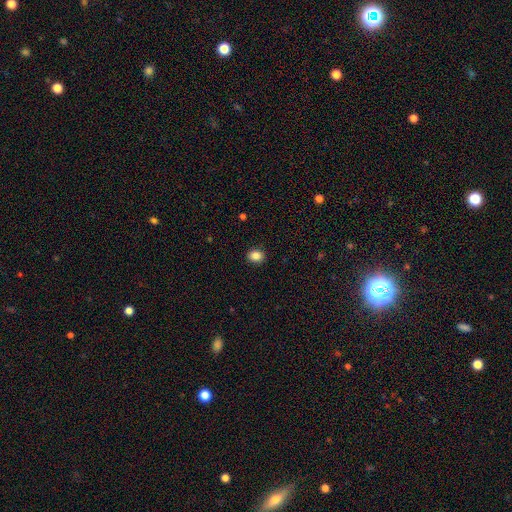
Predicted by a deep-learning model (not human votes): Q: Smooth or featured?
A: smooth (86%); runner-up: star or artifact (9%)
Q: How rounded?
A: in between (50%); runner-up: round (49%)
Q: Merging?
A: none (91%); runner-up: minor disturbance (7%)